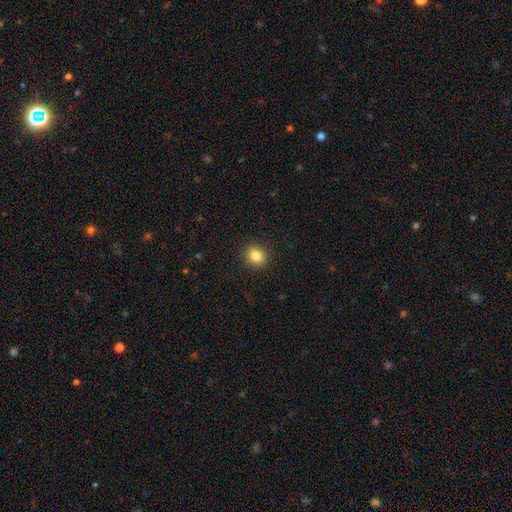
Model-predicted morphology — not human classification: Smooth or featured?
  - smooth: 84% *
  - star or artifact: 10%
  - featured or disk: 5%
How rounded?
  - round: 79% *
  - in between: 20%
  - cigar-shaped: 1%
Merging?
  - none: 91% *
  - minor disturbance: 6%
  - major disturbance: 2%
  - merger: 1%